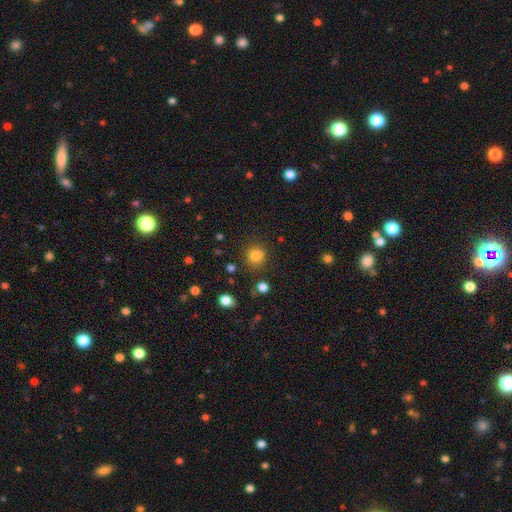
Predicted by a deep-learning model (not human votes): A smooth galaxy with no disk features (79%) that is round (77%).

Vote fractions:
- Smooth or featured? smooth: 79% / star or artifact: 15% / featured or disk: 6%
- How rounded? round: 77% / in between: 22% / cigar-shaped: 1%
- Merging? none: 67% / minor disturbance: 15% / merger: 13% / major disturbance: 5%